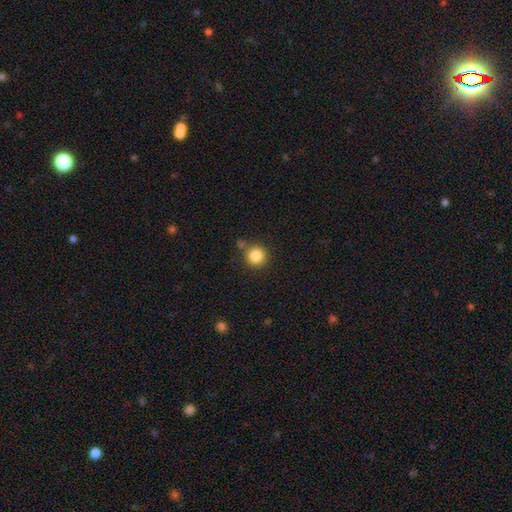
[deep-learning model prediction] Smooth or featured? Predicted: smooth (p=0.85). How rounded? Predicted: round (p=0.94). Merging? Predicted: none (p=0.79).